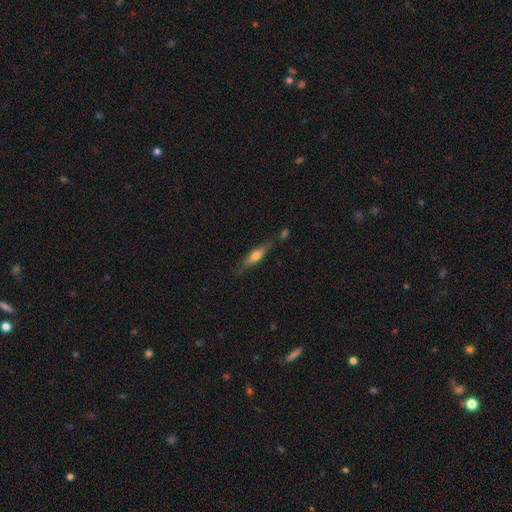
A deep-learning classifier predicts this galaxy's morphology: A smooth galaxy with no disk features (52%) that is cigar-shaped (75%). Merging: none (74%).